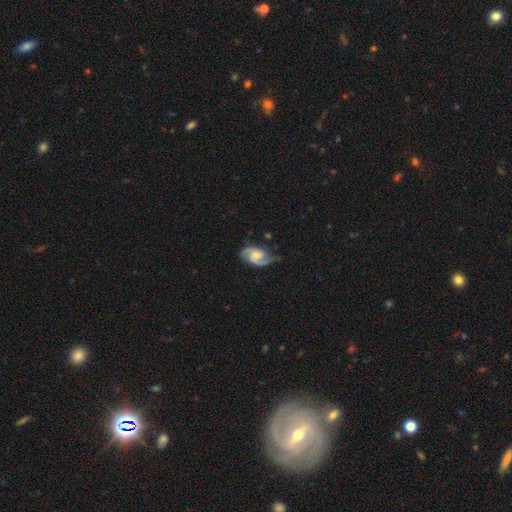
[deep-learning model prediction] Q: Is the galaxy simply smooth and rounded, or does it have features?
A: featured or disk — 81%.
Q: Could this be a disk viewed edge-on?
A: no — 97%.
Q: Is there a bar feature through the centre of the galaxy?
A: no — 54%.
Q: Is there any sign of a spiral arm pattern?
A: yes — 96%.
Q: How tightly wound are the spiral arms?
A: medium — 49%.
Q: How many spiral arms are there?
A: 2 — 85%.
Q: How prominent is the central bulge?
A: moderate — 39%.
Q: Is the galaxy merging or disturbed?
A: none — 66%.